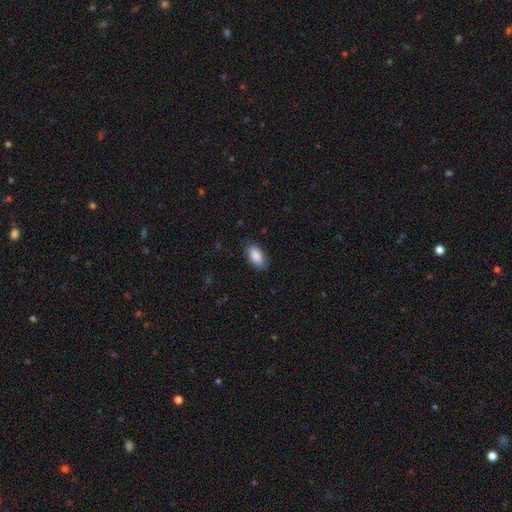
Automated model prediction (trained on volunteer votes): smooth 88%, star or artifact 6%, featured or disk 5%. Down the decision tree: how rounded — in between (93%); merging — none (83%).